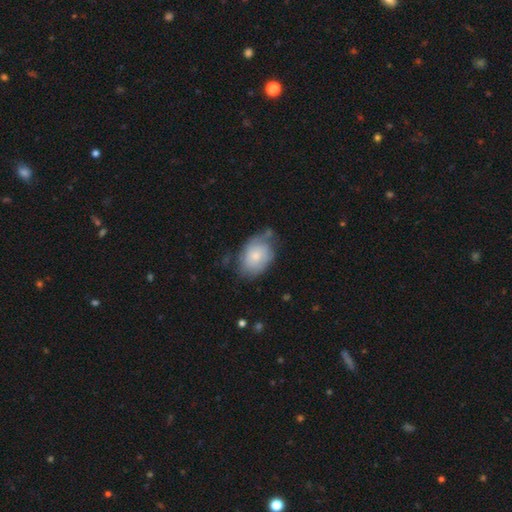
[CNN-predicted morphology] This appears to be a smooth galaxy with no disk features (60%) that is in between round and cigar-shaped (80%). Merging: none (47%).